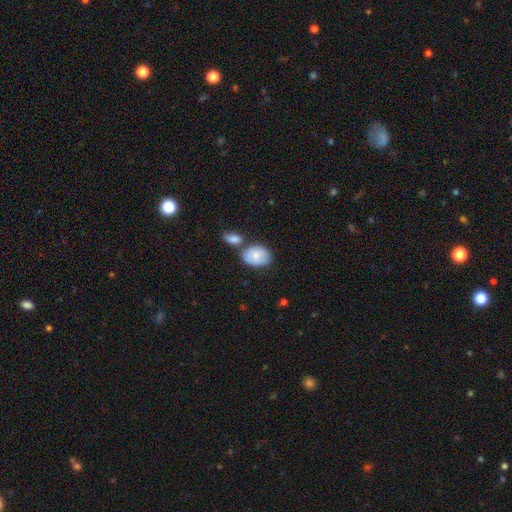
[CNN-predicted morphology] smooth_or_featured: smooth (p=0.75) [alt: featured or disk p=0.19]
how_rounded: in between (p=0.73) [alt: round p=0.26]
merging: none (p=0.51) [alt: merger p=0.27]